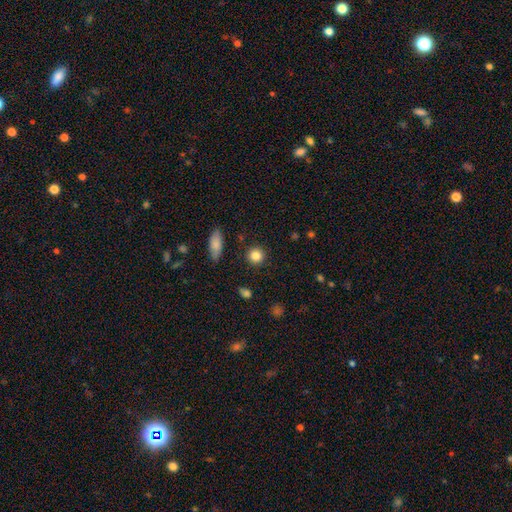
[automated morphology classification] Smooth or featured? smooth (84%)
How rounded? round (91%)
Merging? none (90%)